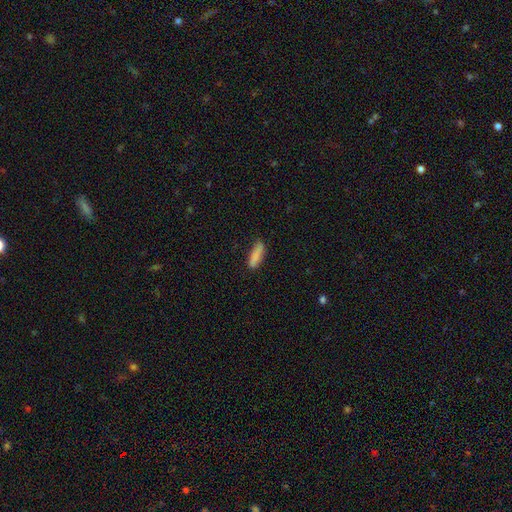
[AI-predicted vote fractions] Overall: smooth (87%). How rounded: cigar-shaped (53%; in between 45%). Merging: none (82%).